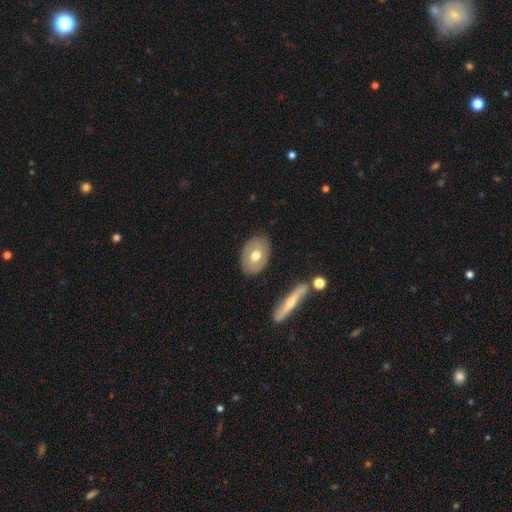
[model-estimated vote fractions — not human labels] Smooth or featured: smooth — 58% (featured or disk — 36%)
How rounded: in between — 80% (round — 18%)
Merging: none — 84% (minor disturbance — 11%)